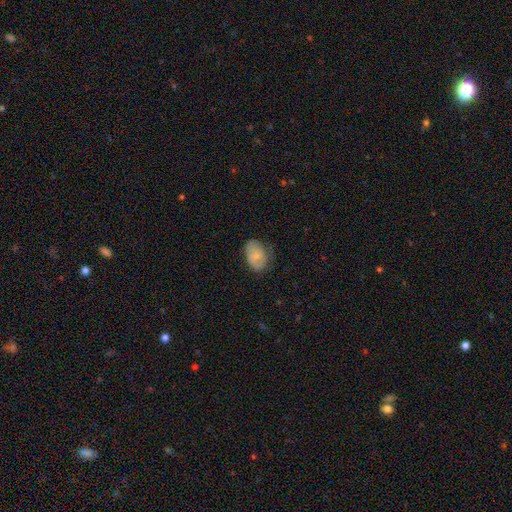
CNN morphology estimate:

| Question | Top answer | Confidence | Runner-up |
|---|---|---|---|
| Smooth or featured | smooth | 74% | featured or disk (18%) |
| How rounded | in between | 82% | round (17%) |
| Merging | none | 62% | minor disturbance (28%) |